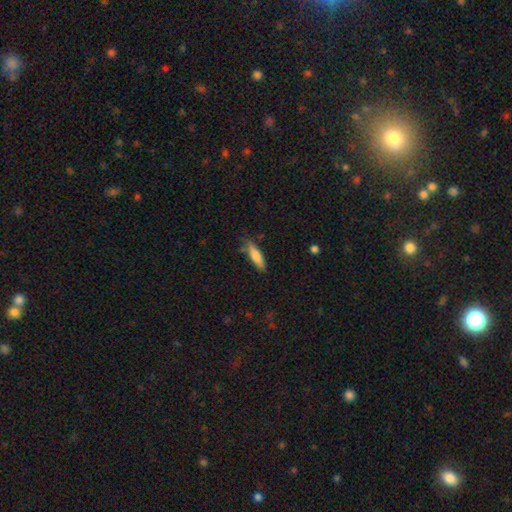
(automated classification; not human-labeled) Smooth or featured: smooth — 76% (featured or disk — 18%)
How rounded: cigar-shaped — 68% (in between — 30%)
Merging: none — 72% (minor disturbance — 20%)